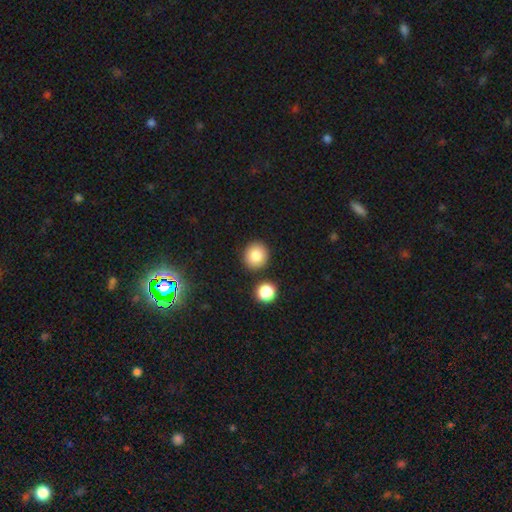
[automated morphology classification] A smooth galaxy with no disk features (83%) that is round (91%).

Vote fractions:
- Smooth or featured? smooth: 83% / star or artifact: 10% / featured or disk: 7%
- How rounded? round: 91% / in between: 8% / cigar-shaped: 1%
- Merging? none: 86% / minor disturbance: 6% / merger: 6% / major disturbance: 2%